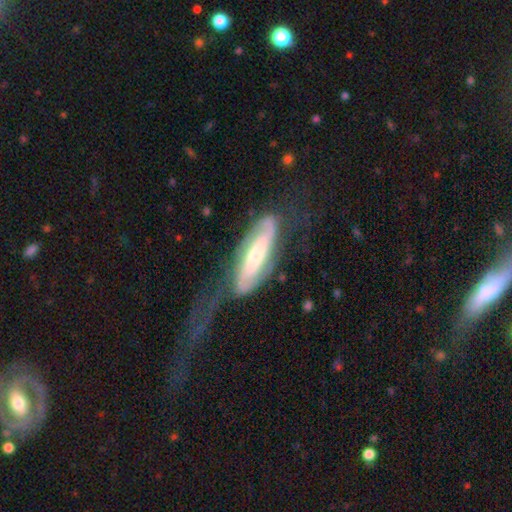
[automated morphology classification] Q: Smooth or featured?
A: featured or disk (74%); runner-up: smooth (21%)
Q: Edge-on disk?
A: no (83%); runner-up: yes (17%)
Q: Bar?
A: strong (39%); runner-up: no (33%)
Q: Spiral arms?
A: yes (87%); runner-up: no (13%)
Q: Spiral winding?
A: medium (37%); runner-up: loose (34%)
Q: Spiral arm count?
A: 2 (77%); runner-up: can't tell (12%)
Q: Bulge size?
A: moderate (50%); runner-up: small (34%)
Q: Merging?
A: major disturbance (40%); runner-up: none (35%)